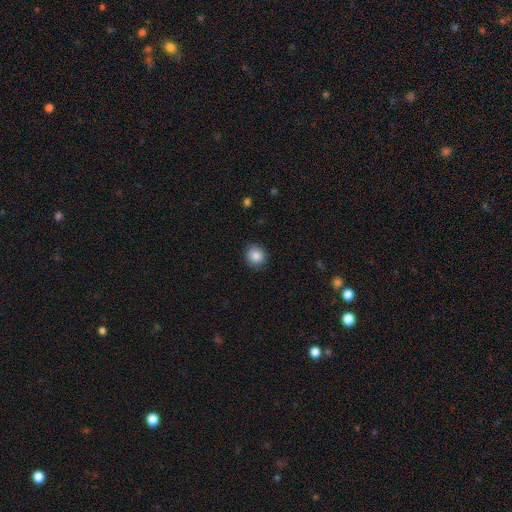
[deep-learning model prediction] smooth_or_featured: smooth (p=0.87) [alt: star or artifact p=0.09]
how_rounded: round (p=0.84) [alt: in between p=0.15]
merging: none (p=0.87) [alt: minor disturbance p=0.10]